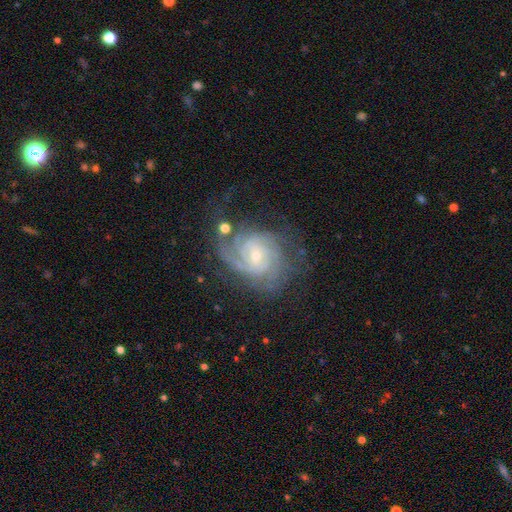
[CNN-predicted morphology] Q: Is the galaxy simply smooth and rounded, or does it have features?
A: featured or disk — 87%.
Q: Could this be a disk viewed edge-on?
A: no — 97%.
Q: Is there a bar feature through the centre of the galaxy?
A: no — 61%.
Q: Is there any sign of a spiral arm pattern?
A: yes — 97%.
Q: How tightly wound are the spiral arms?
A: tight — 69%.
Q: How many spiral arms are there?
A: can't tell — 28%.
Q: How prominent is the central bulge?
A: small — 71%.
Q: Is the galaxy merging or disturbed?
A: none — 60%.